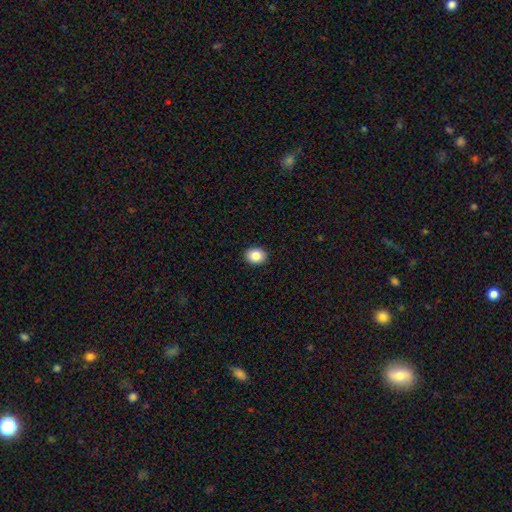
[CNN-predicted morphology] Smooth or featured?
  - smooth: 86% *
  - star or artifact: 9%
  - featured or disk: 5%
How rounded?
  - round: 53% *
  - in between: 46%
  - cigar-shaped: 1%
Merging?
  - none: 92% *
  - minor disturbance: 6%
  - major disturbance: 2%
  - merger: 1%